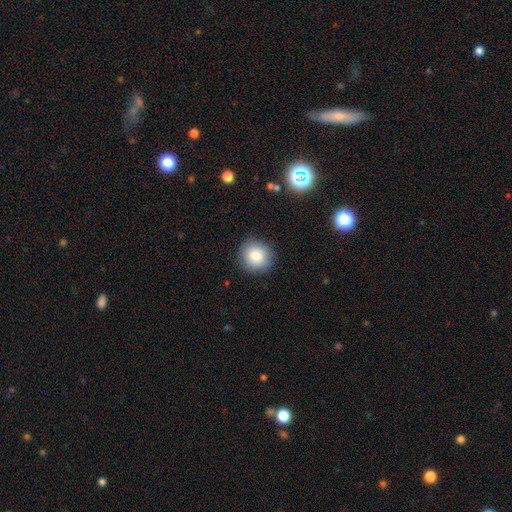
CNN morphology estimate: Smooth or featured? smooth (83%)
How rounded? round (90%)
Merging? none (88%)